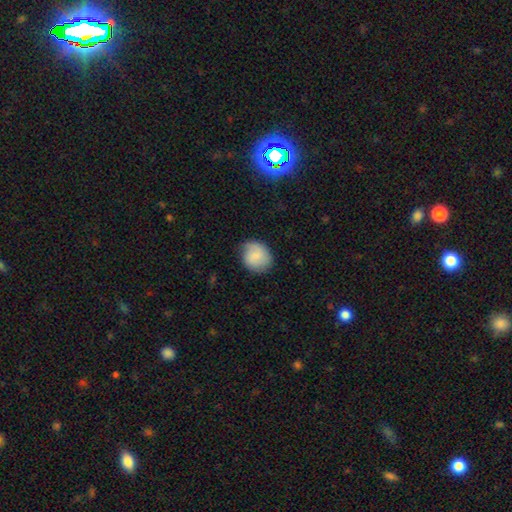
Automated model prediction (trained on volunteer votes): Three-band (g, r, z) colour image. It shows a smooth galaxy with no disk features (80%) that is round (75%). Merging: none (73%).